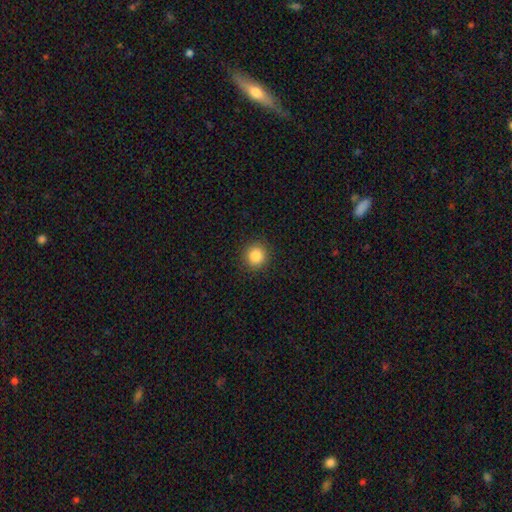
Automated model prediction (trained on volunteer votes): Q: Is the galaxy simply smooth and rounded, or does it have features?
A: smooth — 85%.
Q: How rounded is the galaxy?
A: round — 93%.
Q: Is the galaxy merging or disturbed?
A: none — 92%.